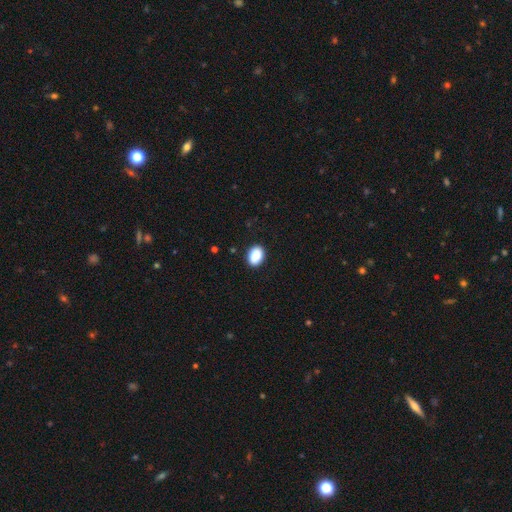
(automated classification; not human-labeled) This appears to be a smooth galaxy with no disk features (88%) that is in between round and cigar-shaped (76%). Merging: none (87%).